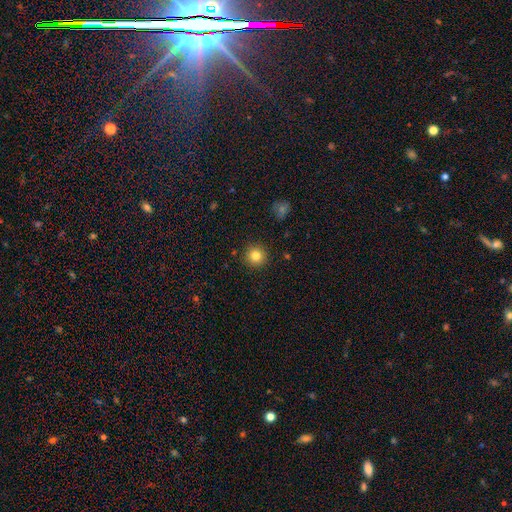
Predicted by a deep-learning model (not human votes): Smooth or featured? Predicted: smooth (p=0.82). How rounded? Predicted: round (p=0.95). Merging? Predicted: none (p=0.91).